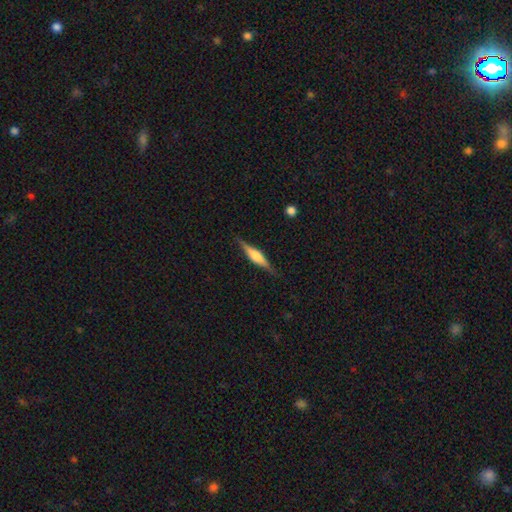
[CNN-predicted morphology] smooth-or-featured: featured or disk: 65% | smooth: 29% | star or artifact: 6%
  disk-edge-on: yes: 97% | no: 3%
    edge-on-bulge: rounded: 76% | boxy: 19% | none: 5%
  merging: none: 87% | minor disturbance: 10% | major disturbance: 2% | merger: 1%